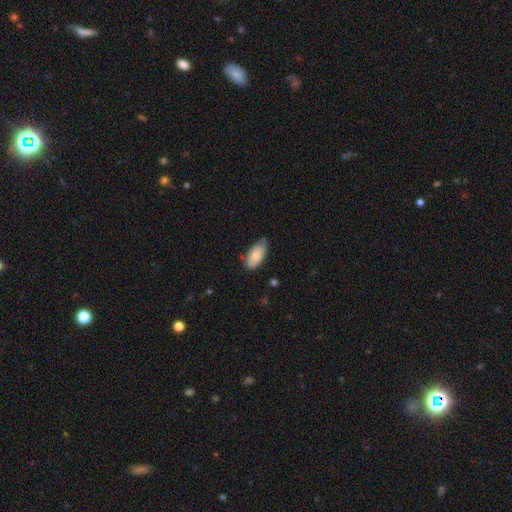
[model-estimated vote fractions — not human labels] smooth_or_featured: smooth (p=0.82) [alt: featured or disk p=0.12]
how_rounded: in between (p=0.92) [alt: cigar-shaped p=0.06]
merging: none (p=0.63) [alt: minor disturbance p=0.31]